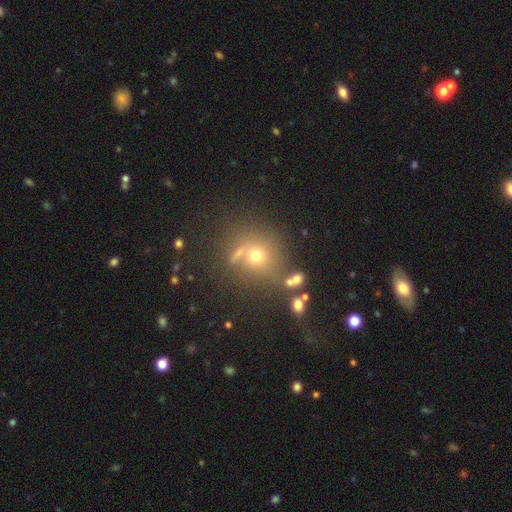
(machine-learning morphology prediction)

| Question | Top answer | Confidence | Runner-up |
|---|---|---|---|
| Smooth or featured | smooth | 64% | star or artifact (21%) |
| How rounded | round | 87% | in between (11%) |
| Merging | none | 64% | merger (15%) |